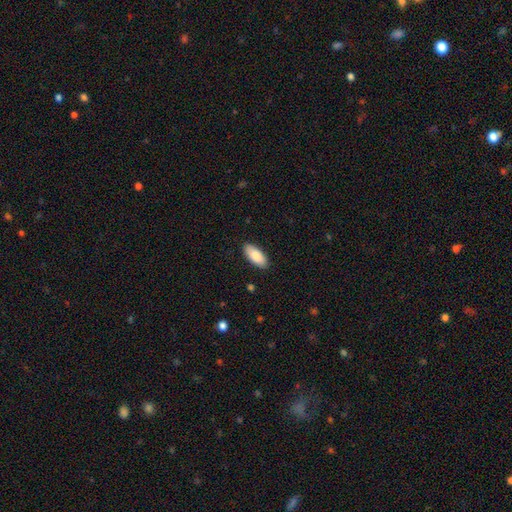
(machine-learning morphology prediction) smooth_or_featured: smooth (p=0.88) [alt: featured or disk p=0.07]
how_rounded: in between (p=0.86) [alt: cigar-shaped p=0.12]
merging: none (p=0.88) [alt: minor disturbance p=0.09]